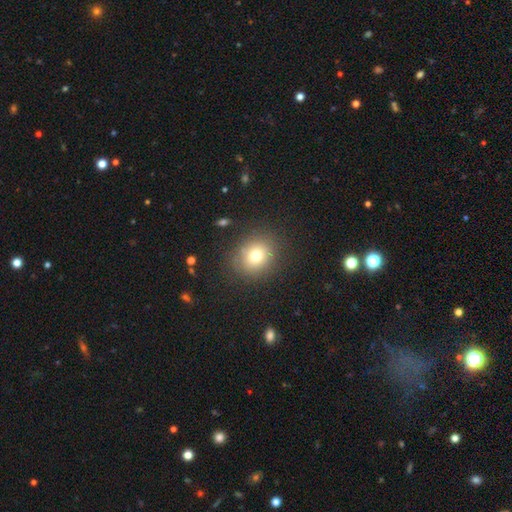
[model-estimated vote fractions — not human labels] Q: Smooth or featured?
A: smooth (74%); runner-up: star or artifact (14%)
Q: How rounded?
A: round (76%); runner-up: in between (23%)
Q: Merging?
A: none (85%); runner-up: minor disturbance (9%)